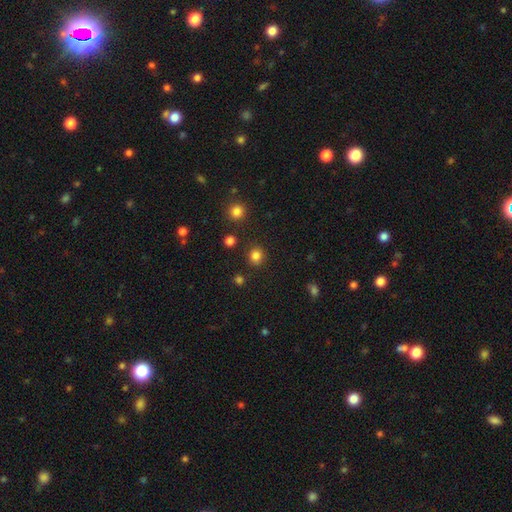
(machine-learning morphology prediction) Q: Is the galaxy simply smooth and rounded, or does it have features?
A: smooth — 82%.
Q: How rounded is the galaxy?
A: round — 88%.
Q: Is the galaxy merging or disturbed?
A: none — 88%.